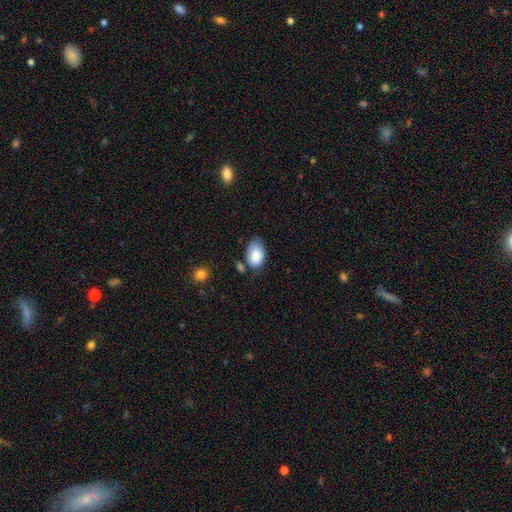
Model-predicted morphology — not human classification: smooth_or_featured: smooth (p=0.81) [alt: featured or disk p=0.12]
how_rounded: in between (p=0.90) [alt: round p=0.09]
merging: none (p=0.58) [alt: minor disturbance p=0.27]